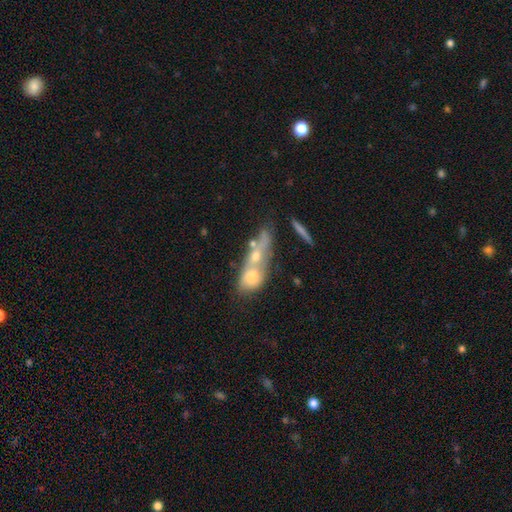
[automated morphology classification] A smooth galaxy with no disk features (54%) that is in between round and cigar-shaped (54%). Merging: merger (70%).